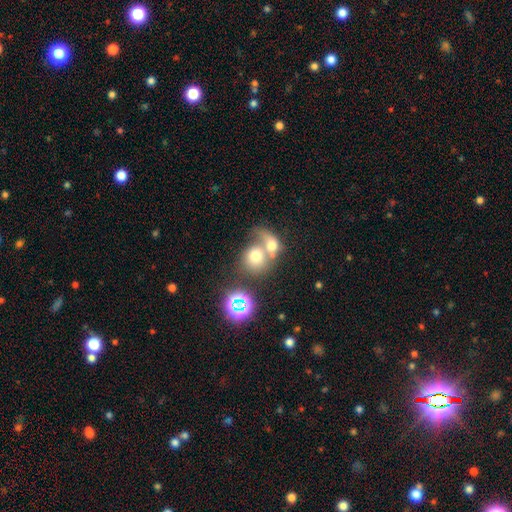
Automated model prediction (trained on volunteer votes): smooth 63%, featured or disk 21%, star or artifact 15%. Down the decision tree: how rounded — round (71%); merging — merger (64%).